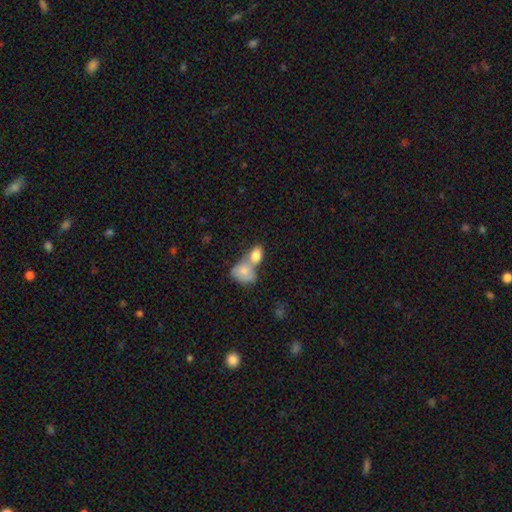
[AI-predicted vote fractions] Q: Smooth or featured?
A: smooth (81%); runner-up: featured or disk (12%)
Q: How rounded?
A: in between (81%); runner-up: round (17%)
Q: Merging?
A: merger (67%); runner-up: none (22%)